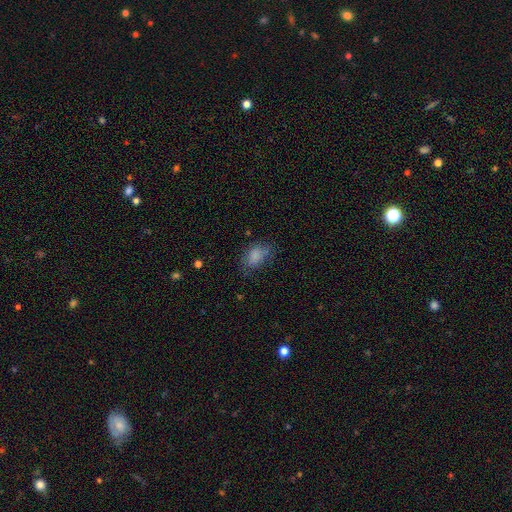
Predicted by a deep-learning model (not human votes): Smooth or featured? Predicted: smooth (p=0.81). How rounded? Predicted: in between (p=0.84). Merging? Predicted: none (p=0.61).